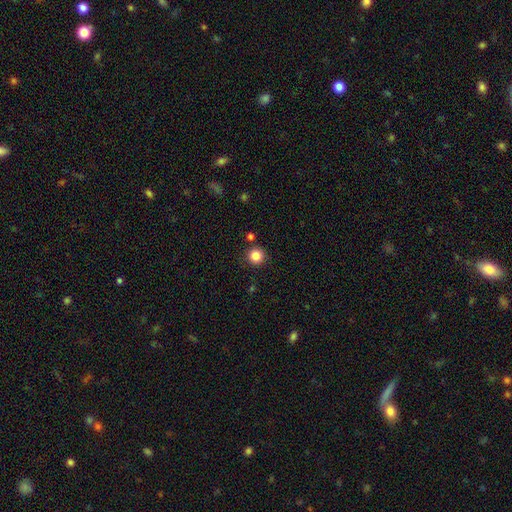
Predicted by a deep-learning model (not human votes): Smooth or featured? smooth (85%)
How rounded? round (95%)
Merging? none (88%)